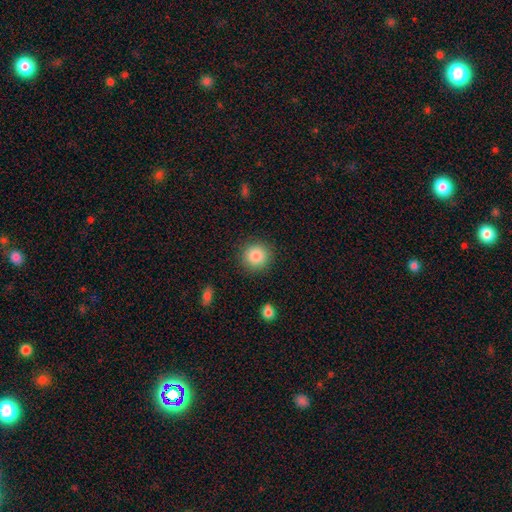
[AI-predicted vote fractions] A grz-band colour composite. It shows a smooth galaxy with no disk features (86%) that is round (93%). Merging: none (90%).